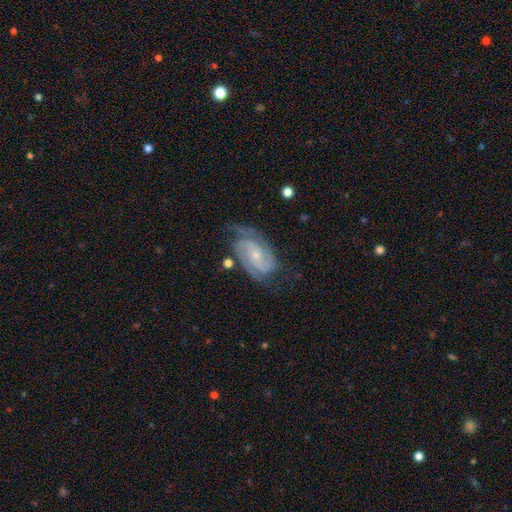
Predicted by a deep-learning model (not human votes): Q: Smooth or featured?
A: featured or disk (86%); runner-up: smooth (9%)
Q: Edge-on disk?
A: no (97%); runner-up: yes (3%)
Q: Bar?
A: no (61%); runner-up: weak (32%)
Q: Spiral arms?
A: yes (97%); runner-up: no (3%)
Q: Spiral winding?
A: tight (51%); runner-up: medium (38%)
Q: Spiral arm count?
A: 2 (57%); runner-up: 3 (17%)
Q: Bulge size?
A: small (73%); runner-up: moderate (23%)
Q: Merging?
A: none (60%); runner-up: minor disturbance (24%)